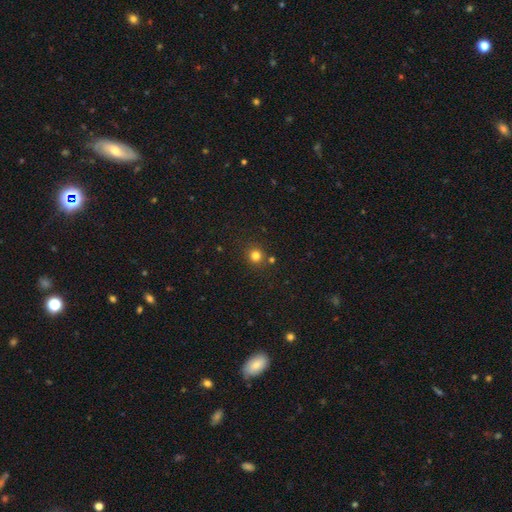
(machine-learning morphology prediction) This appears to be a smooth galaxy with no disk features (79%) that is round (91%). Merging: none (83%).